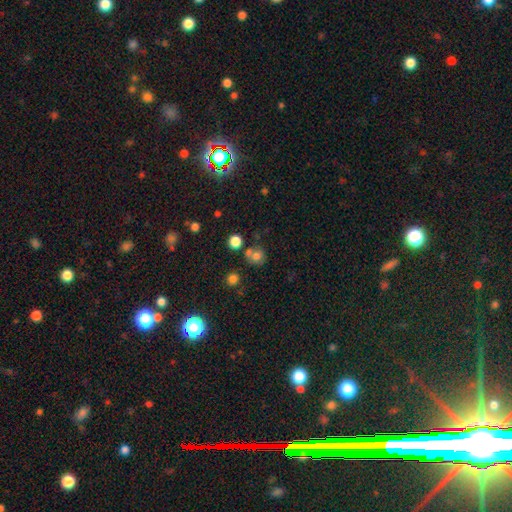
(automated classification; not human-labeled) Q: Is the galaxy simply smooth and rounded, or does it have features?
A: smooth — 71%.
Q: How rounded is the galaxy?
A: round — 82%.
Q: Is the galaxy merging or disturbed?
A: none — 58%.